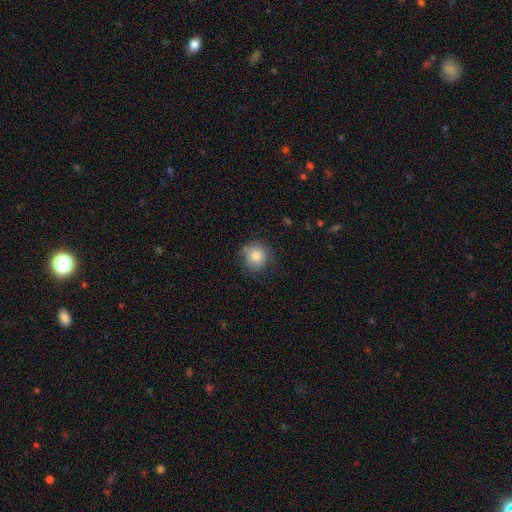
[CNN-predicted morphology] Smooth or featured?
  - smooth: 83% *
  - star or artifact: 9%
  - featured or disk: 8%
How rounded?
  - round: 90% *
  - in between: 9%
  - cigar-shaped: 1%
Merging?
  - none: 75% *
  - minor disturbance: 19%
  - major disturbance: 4%
  - merger: 2%